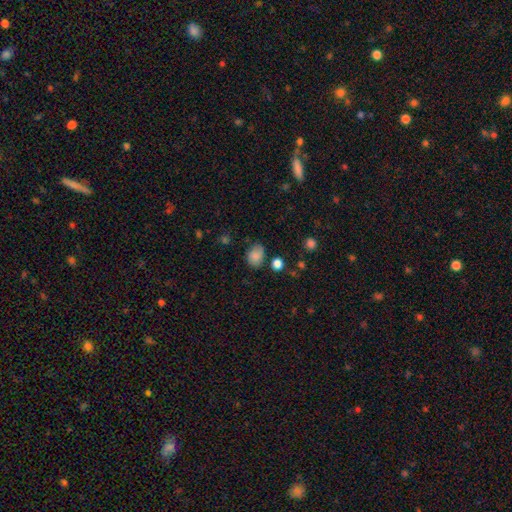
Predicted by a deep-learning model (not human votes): smooth 83%, star or artifact 10%, featured or disk 7%. Down the decision tree: how rounded — in between (59%); merging — none (68%).